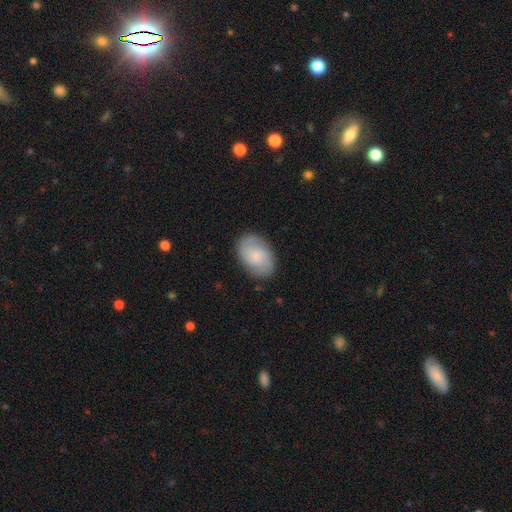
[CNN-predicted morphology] Smooth or featured? Predicted: featured or disk (p=0.51). Edge-on disk? Predicted: no (p=0.97). Merging? Predicted: none (p=0.82).